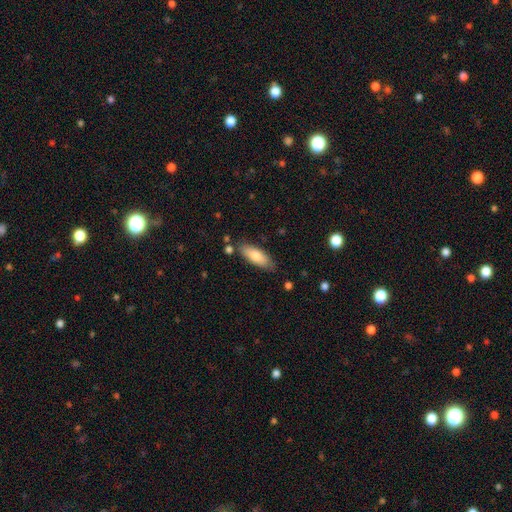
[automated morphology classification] Smooth or featured? smooth (77%)
How rounded? in between (71%)
Merging? none (79%)